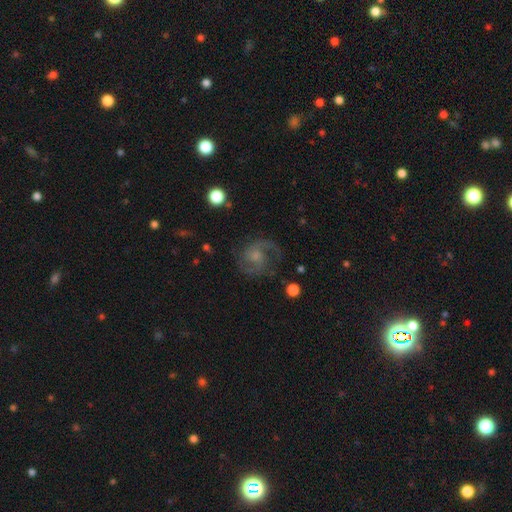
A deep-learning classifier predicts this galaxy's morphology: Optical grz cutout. It shows a featured or disk galaxy (80%) with no bar (63%), 2 (76%) medium (53%) spiral arms (94%) and a small central bulge (39%). Merging: none (67%).